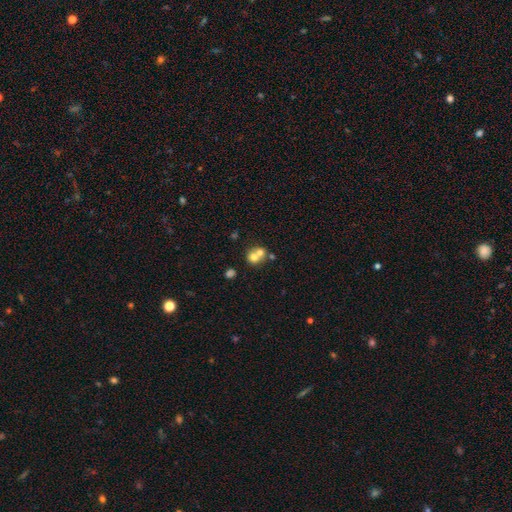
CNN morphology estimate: Smooth or featured? smooth (65%)
How rounded? round (78%)
Merging? merger (60%)